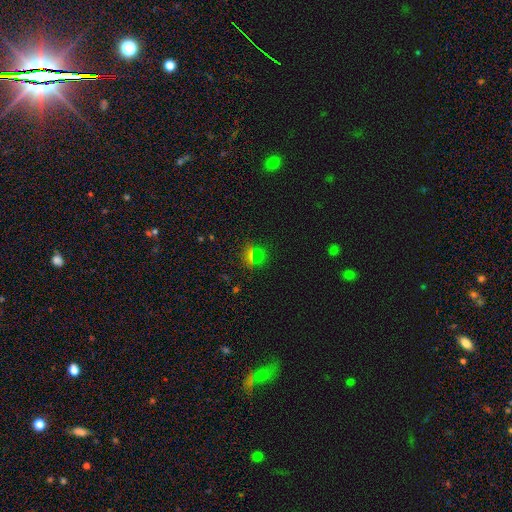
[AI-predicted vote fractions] Smooth or featured: smooth — 56% (star or artifact — 36%)
How rounded: round — 82% (in between — 13%)
Merging: none — 84% (minor disturbance — 9%)